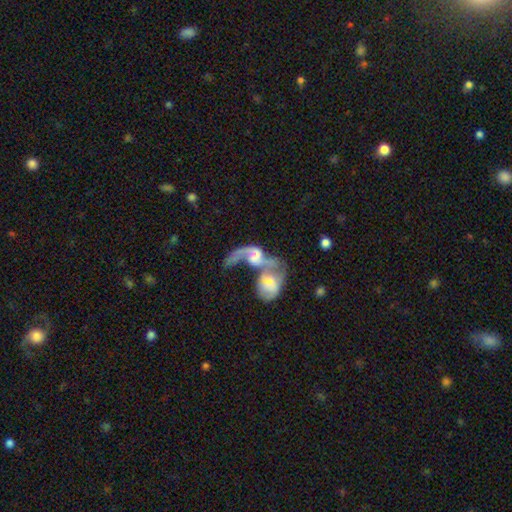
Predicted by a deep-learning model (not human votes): This is likely a featured or disk galaxy (70%). It is clearly not viewed edge-on (96%). Bar: marginally no (44%). Spiral arm pattern: clearly yes (82%). Spiral arm count: possibly 2 (53%). Spiral winding: likely loose (77%). Central bulge: marginally moderate (39%). Merging: likely merger (76%).